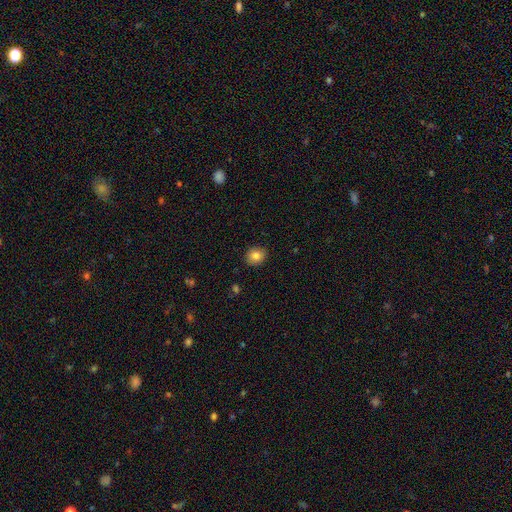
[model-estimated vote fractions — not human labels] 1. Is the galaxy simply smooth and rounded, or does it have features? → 82% smooth, 10% star or artifact, 8% featured or disk.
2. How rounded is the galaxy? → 75% round, 24% in between, 1% cigar-shaped.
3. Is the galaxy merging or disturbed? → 90% none, 8% minor disturbance, 2% major disturbance, 1% merger.